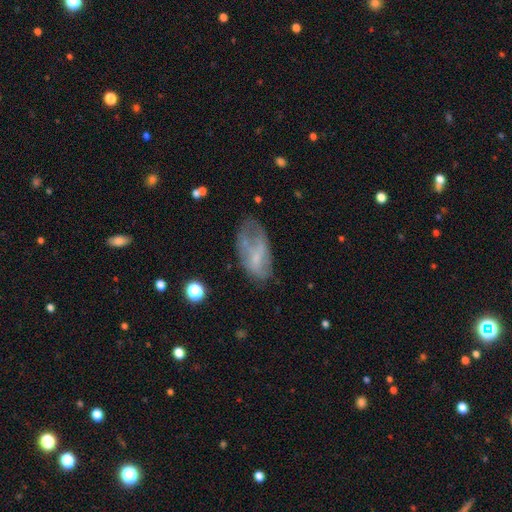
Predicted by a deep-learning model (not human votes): Q: Smooth or featured?
A: smooth (47%); runner-up: featured or disk (43%)
Q: Merging?
A: none (42%); runner-up: minor disturbance (30%)